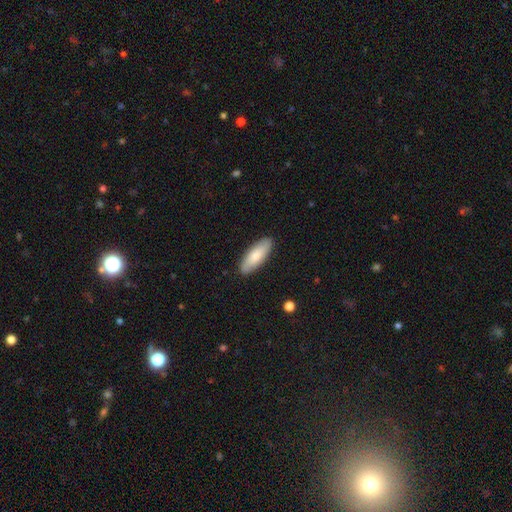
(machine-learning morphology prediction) Smooth or featured: smooth — 78% (featured or disk — 17%)
How rounded: in between — 68% (cigar-shaped — 30%)
Merging: none — 89% (minor disturbance — 8%)